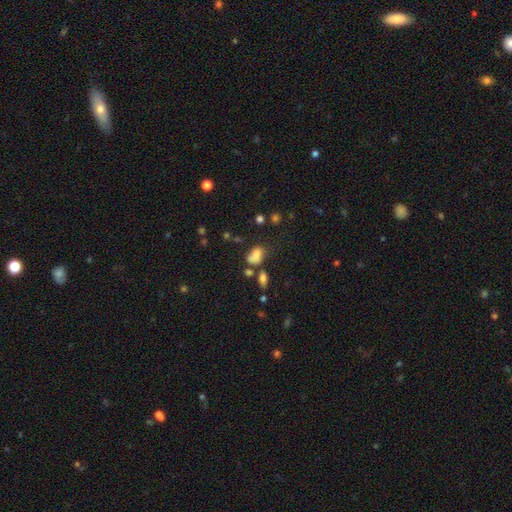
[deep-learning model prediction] This appears to be a smooth galaxy with no disk features (72%) that is in between round and cigar-shaped (81%). Merging: none (35%).